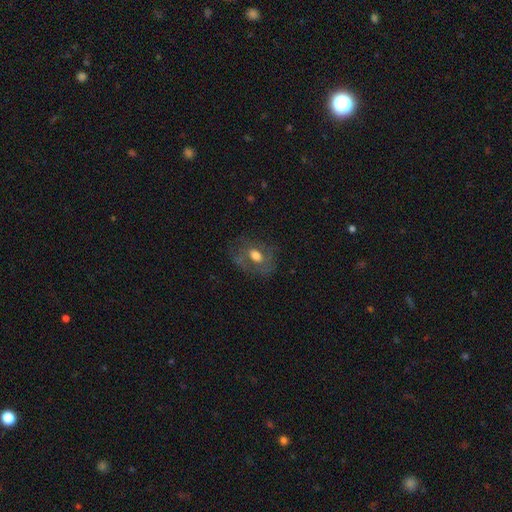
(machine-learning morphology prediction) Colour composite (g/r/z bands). It shows a featured or disk galaxy (46%). Merging: none (58%).